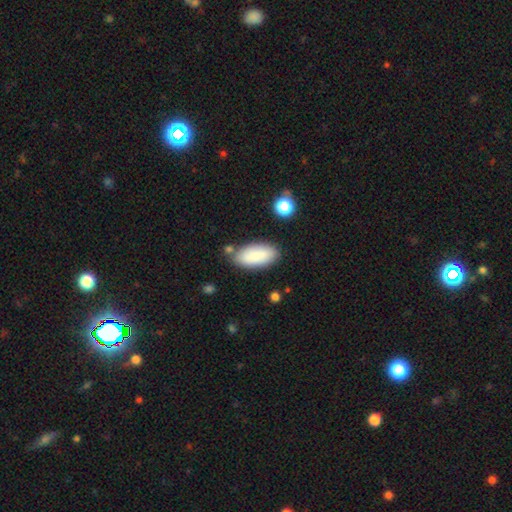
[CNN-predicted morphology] A smooth galaxy with no disk features (87%) that is in between round and cigar-shaped (89%). Merging: none (78%).